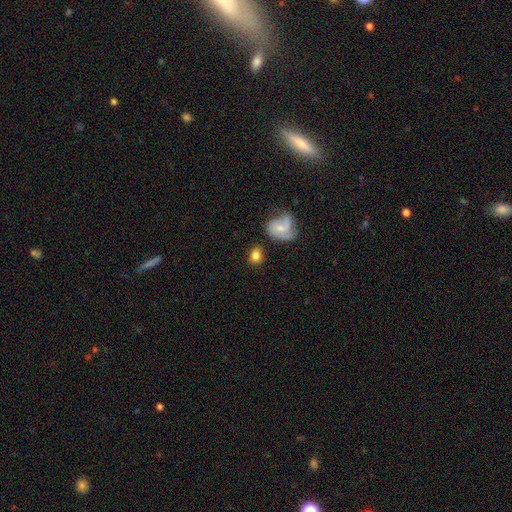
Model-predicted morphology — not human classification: Overall: smooth (79%). How rounded: round (51%; in between 47%). Merging: none (74%).